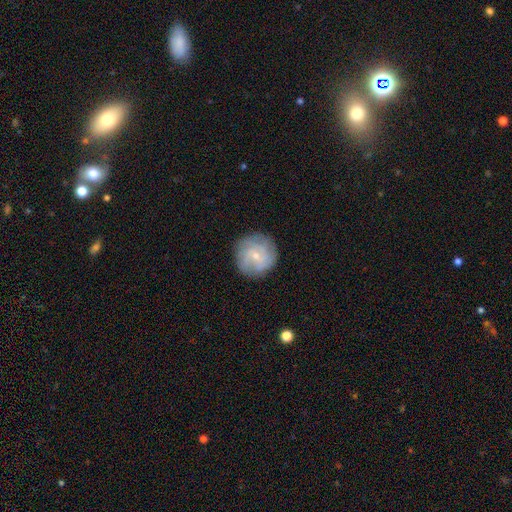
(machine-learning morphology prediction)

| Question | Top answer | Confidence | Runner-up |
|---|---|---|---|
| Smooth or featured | featured or disk | 59% | smooth (33%) |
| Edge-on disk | no | 98% | yes (2%) |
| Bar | no | 63% | weak (32%) |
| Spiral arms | yes | 84% | no (16%) |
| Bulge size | small | 77% | moderate (19%) |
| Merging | none | 83% | minor disturbance (12%) |